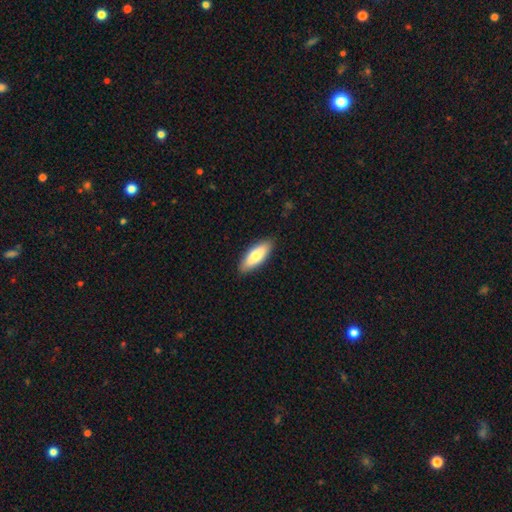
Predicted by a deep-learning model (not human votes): smooth 75%, featured or disk 20%, star or artifact 5%. Down the decision tree: how rounded — in between (62%); merging — none (89%).